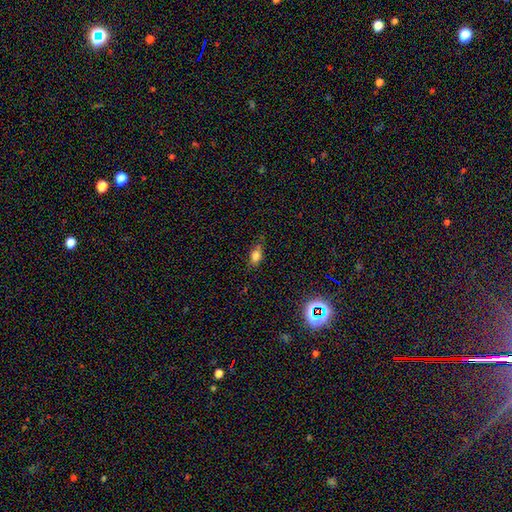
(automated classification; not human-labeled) smooth_or_featured: smooth (p=0.74) [alt: star or artifact p=0.15]
how_rounded: in between (p=0.76) [alt: round p=0.16]
merging: none (p=0.67) [alt: minor disturbance p=0.24]